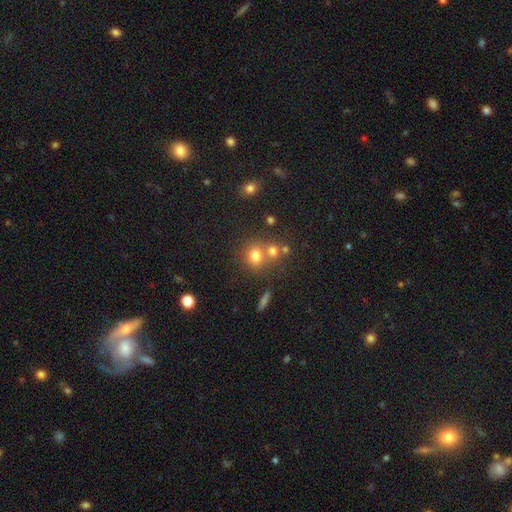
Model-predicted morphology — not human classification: Smooth or featured: smooth — 73% (star or artifact — 16%)
How rounded: round — 78% (in between — 21%)
Merging: none — 52% (merger — 34%)